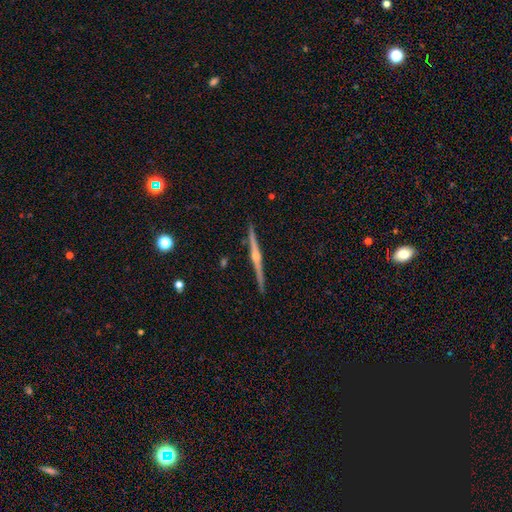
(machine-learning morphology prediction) Smooth or featured? featured or disk (87%)
Edge-on disk? yes (99%)
Edge-on bulge? rounded (88%)
Merging? none (93%)